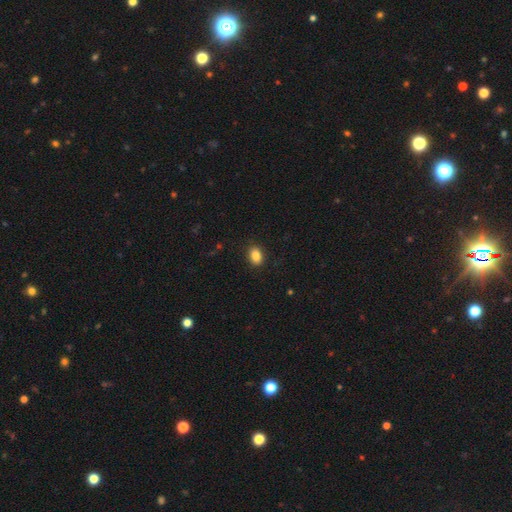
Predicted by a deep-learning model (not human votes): smooth_or_featured: smooth (p=0.86) [alt: star or artifact p=0.09]
how_rounded: in between (p=0.75) [alt: round p=0.23]
merging: none (p=0.89) [alt: minor disturbance p=0.08]